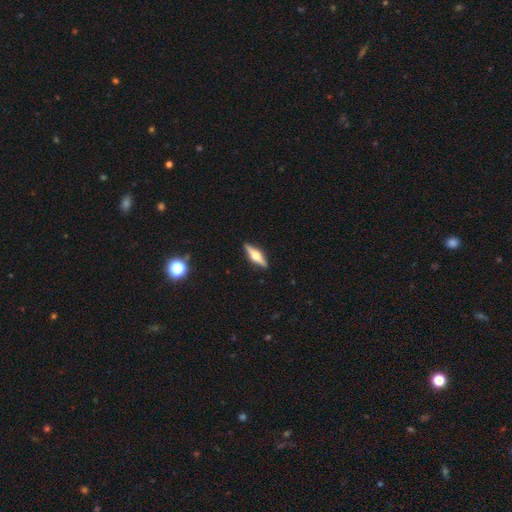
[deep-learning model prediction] Morphology: type=featured or disk (71%); edge-on=yes (97%); edge-on bulge=rounded (95%); merging=none (91%).